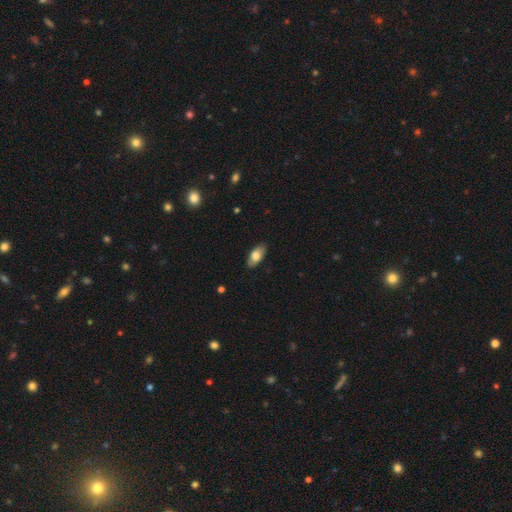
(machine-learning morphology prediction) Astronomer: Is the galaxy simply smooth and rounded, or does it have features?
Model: smooth — 76%.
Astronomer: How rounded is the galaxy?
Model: in between — 91%.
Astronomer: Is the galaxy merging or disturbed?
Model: none — 86%.